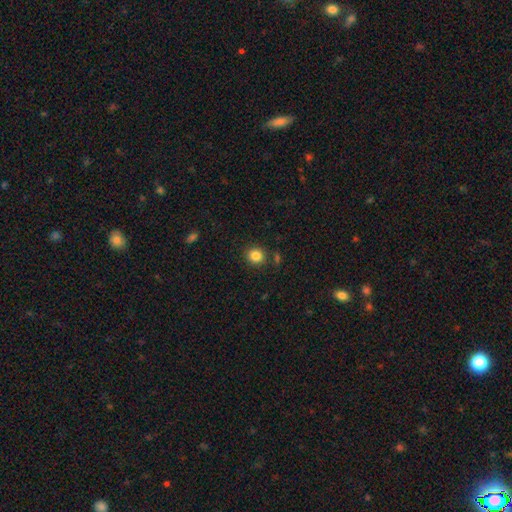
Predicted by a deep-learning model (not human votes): The model was most divided on "how rounded": round: 85%, in between: 14%, cigar-shaped: 1%. More confident: merging — none (85%); smooth or featured — smooth (85%).